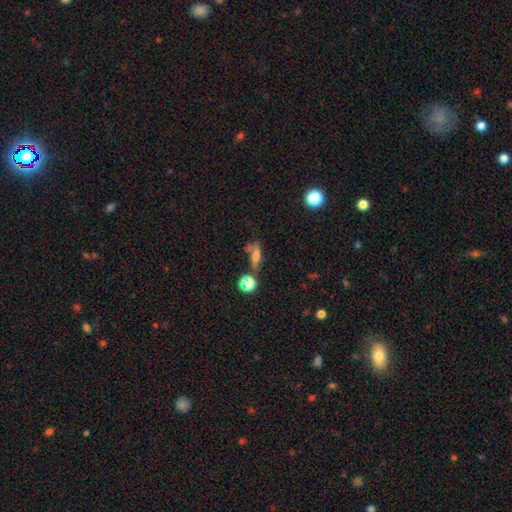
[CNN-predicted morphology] type=smooth (55%); roundness=in between (48%); merging=none (41%).